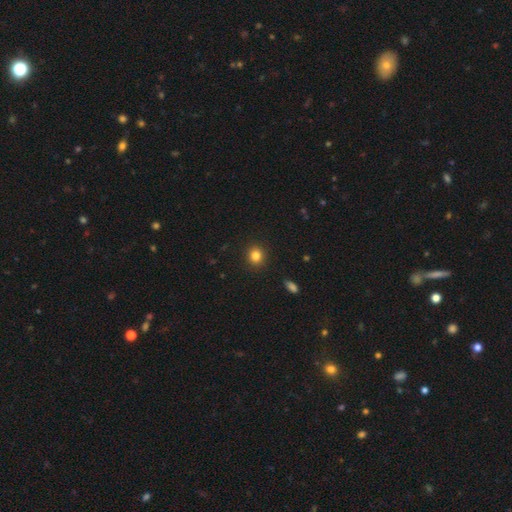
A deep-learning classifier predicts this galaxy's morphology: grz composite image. It shows a smooth galaxy with no disk features (83%) that is round (84%). Merging: none (91%).